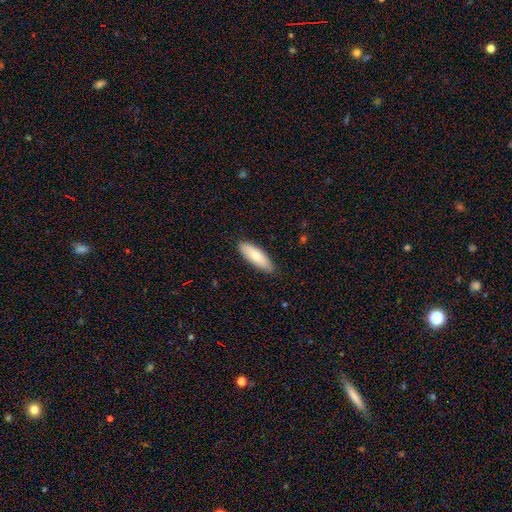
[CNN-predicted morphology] Smooth or featured? smooth (79%)
How rounded? in between (56%)
Merging? none (85%)